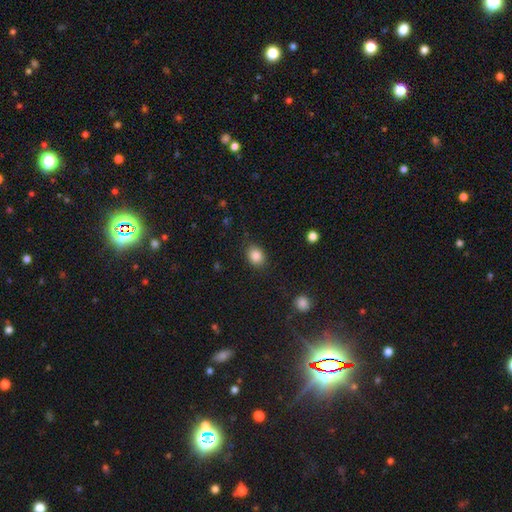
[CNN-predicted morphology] Smooth or featured? Predicted: smooth (p=0.86). How rounded? Predicted: in between (p=0.52). Merging? Predicted: none (p=0.81).